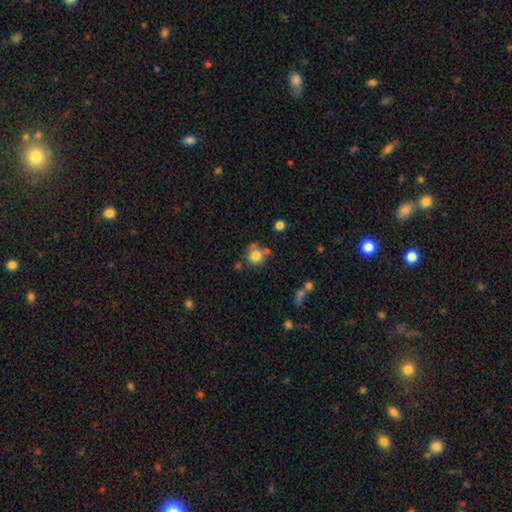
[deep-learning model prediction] Morphology: type=smooth (80%); roundness=round (90%); merging=none (64%).